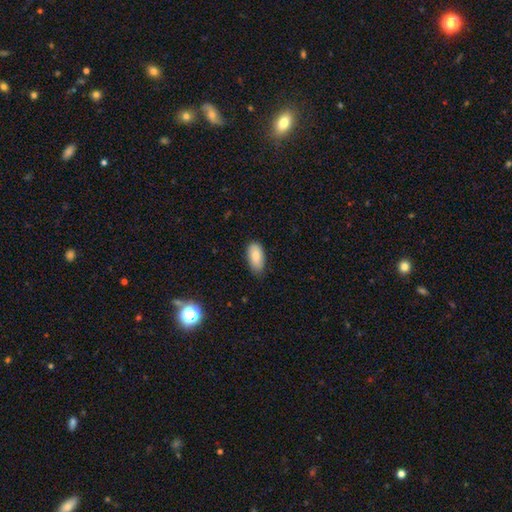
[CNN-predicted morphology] Smooth or featured: smooth — 85% (featured or disk — 8%)
How rounded: in between — 93% (cigar-shaped — 5%)
Merging: none — 76% (minor disturbance — 20%)